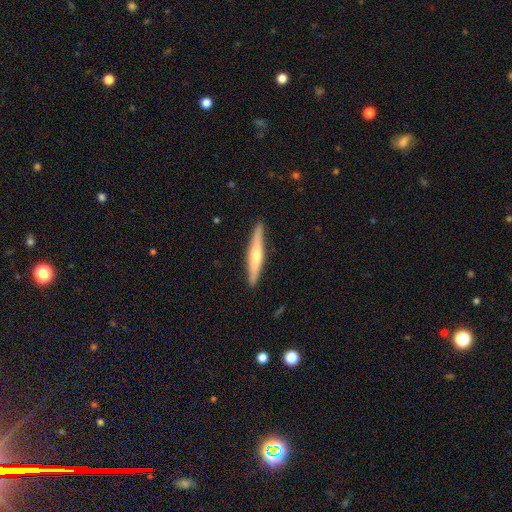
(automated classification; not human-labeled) Smooth or featured: featured or disk — 57% (smooth — 37%)
Edge-on disk: yes — 96% (no — 4%)
Edge-on bulge: rounded — 82% (none — 13%)
Merging: none — 91% (minor disturbance — 7%)